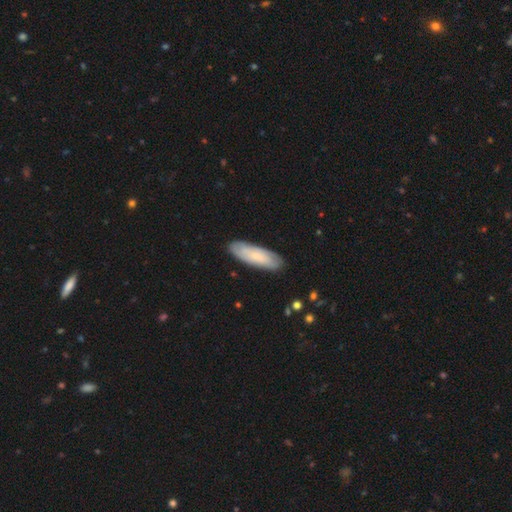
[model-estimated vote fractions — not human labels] Smooth or featured? smooth (66%)
How rounded? in between (51%)
Merging? none (85%)